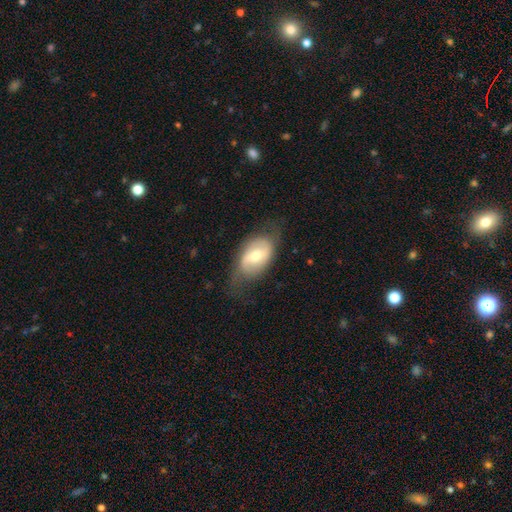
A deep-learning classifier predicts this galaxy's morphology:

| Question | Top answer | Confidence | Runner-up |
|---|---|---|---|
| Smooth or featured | featured or disk | 49% | smooth (44%) |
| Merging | none | 59% | minor disturbance (25%) |